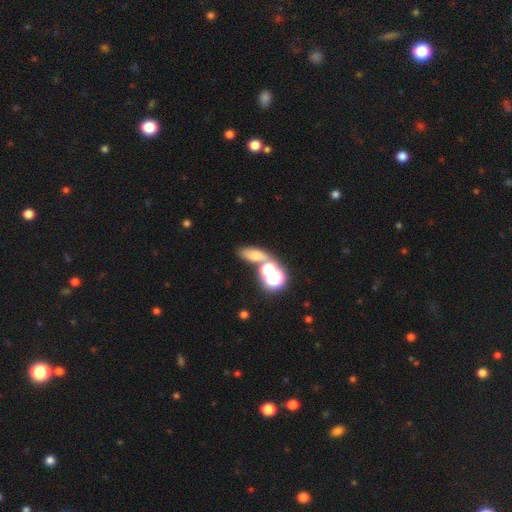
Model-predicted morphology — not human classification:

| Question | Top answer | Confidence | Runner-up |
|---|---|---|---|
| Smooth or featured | smooth | 50% | star or artifact (31%) |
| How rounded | in between | 65% | round (24%) |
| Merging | none | 43% | merger (39%) |